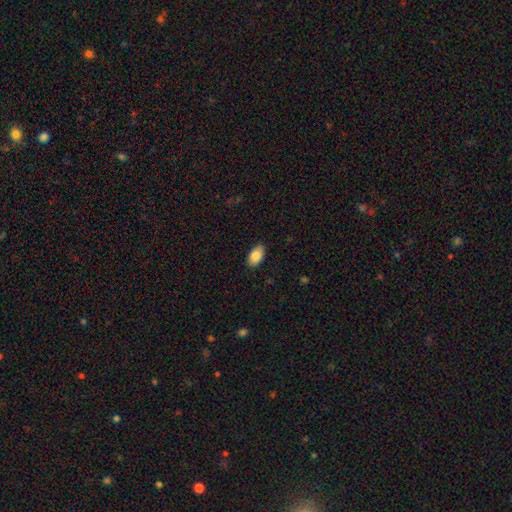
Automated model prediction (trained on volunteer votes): smooth 88%, star or artifact 7%, featured or disk 6%. Down the decision tree: how rounded — in between (94%); merging — none (88%).